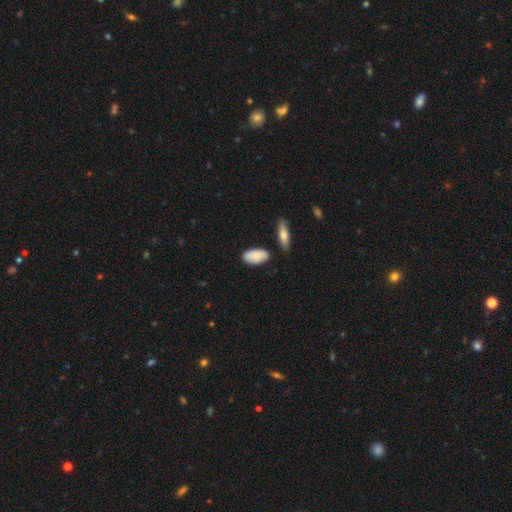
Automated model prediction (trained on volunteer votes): Smooth or featured? smooth (82%)
How rounded? in between (92%)
Merging? none (73%)